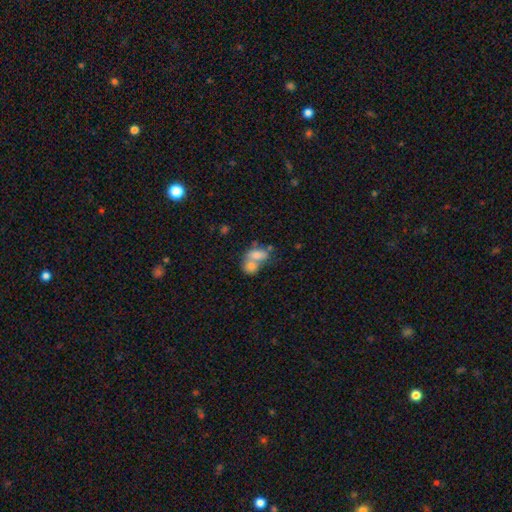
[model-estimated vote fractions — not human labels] This appears to be a smooth galaxy with no disk features (74%) that is in between round and cigar-shaped (81%). Merging: merger (70%).